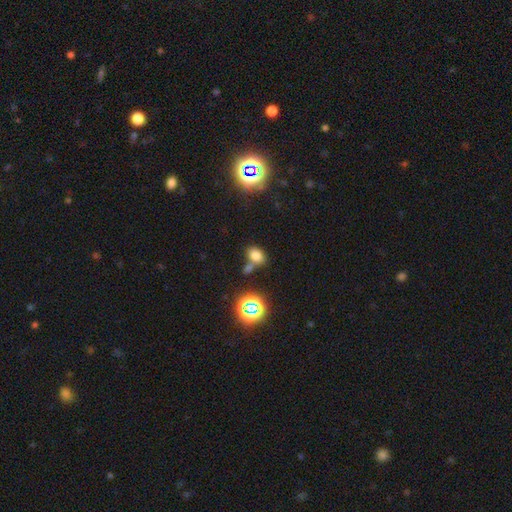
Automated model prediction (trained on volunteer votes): Q: Smooth or featured?
A: smooth (72%); runner-up: star or artifact (20%)
Q: How rounded?
A: in between (75%); runner-up: round (24%)
Q: Merging?
A: none (58%); runner-up: merger (25%)